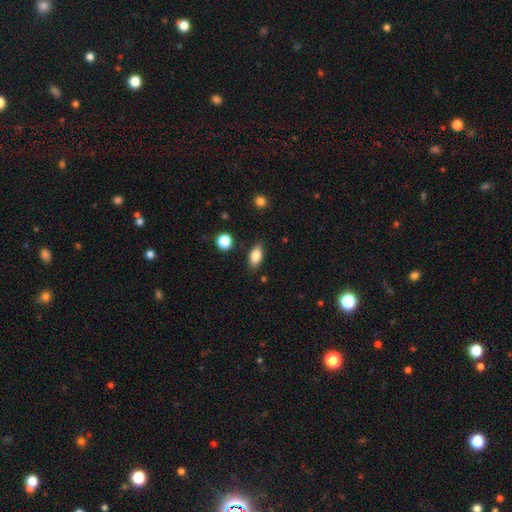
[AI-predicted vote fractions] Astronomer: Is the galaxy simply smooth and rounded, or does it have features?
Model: smooth — 83%.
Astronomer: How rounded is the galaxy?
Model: in between — 85%.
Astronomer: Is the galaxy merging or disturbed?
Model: none — 84%.